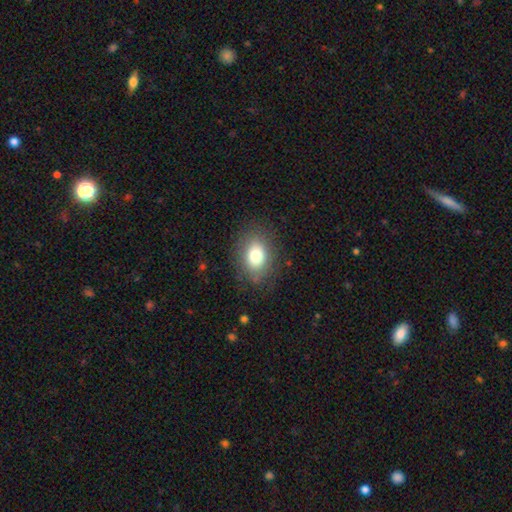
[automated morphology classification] This is likely a smooth galaxy (74%). How rounded: likely in between (67%). Merging: clearly none (81%).